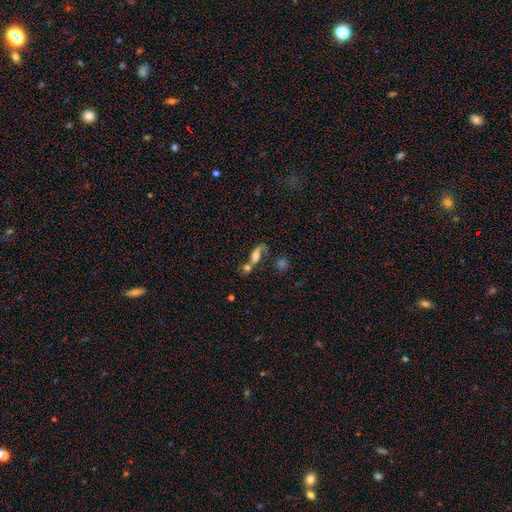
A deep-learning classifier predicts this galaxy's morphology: This appears to be a smooth galaxy with no disk features (49%). Merging: merger (55%).